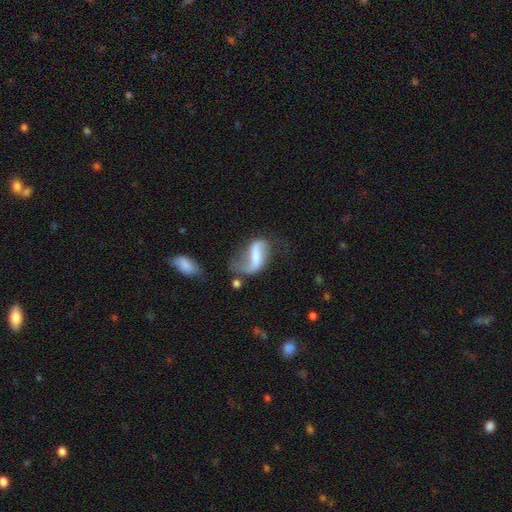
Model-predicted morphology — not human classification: A featured or disk galaxy (66%) with a strong bar (49%), 2 (72%) loose (82%) spiral arms (82%) and a small central bulge (31%).

Vote fractions:
- Smooth or featured? featured or disk: 66% / smooth: 26% / star or artifact: 8%
- Edge-on disk? no: 93% / yes: 7%
- Bar? strong: 49% / weak: 32% / no: 19%
- Spiral arms? yes: 82% / no: 18%
- Spiral winding? loose: 82% / medium: 14% / tight: 4%
- Spiral arm count? 2: 72% / 1: 21% / can't tell: 4% / 3: 1% / 4: 1% / more than 4: 1%
- Bulge size? small: 31% / none: 29% / moderate: 28% / large: 9% / dominant: 3%
- Merging? none: 35% / major disturbance: 33% / minor disturbance: 22% / merger: 10%